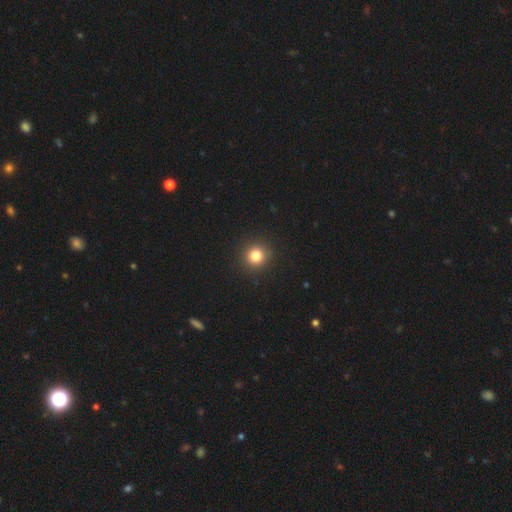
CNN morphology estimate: This appears to be a smooth galaxy with no disk features (82%) that is round (94%). Merging: none (92%).